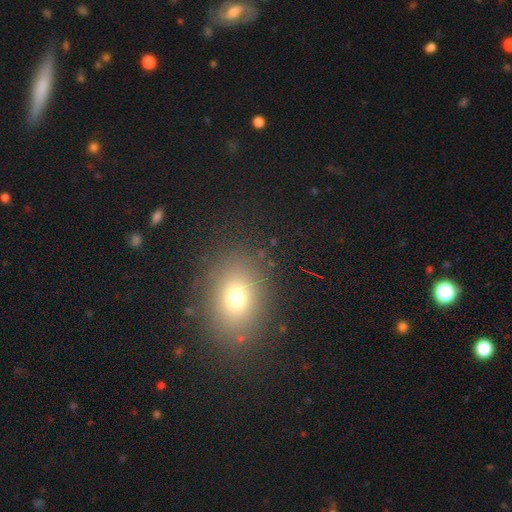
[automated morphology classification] A smooth galaxy with no disk features (68%) that is in between round and cigar-shaped (57%).

Vote fractions:
- Smooth or featured? smooth: 68% / star or artifact: 22% / featured or disk: 10%
- How rounded? in between: 57% / round: 42% / cigar-shaped: 1%
- Merging? none: 89% / minor disturbance: 7% / major disturbance: 3% / merger: 1%